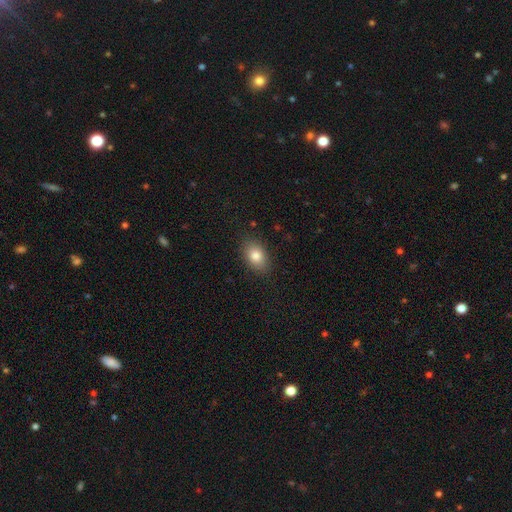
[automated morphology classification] Overall: smooth (82%). How rounded: in between (83%). Merging: none (85%).